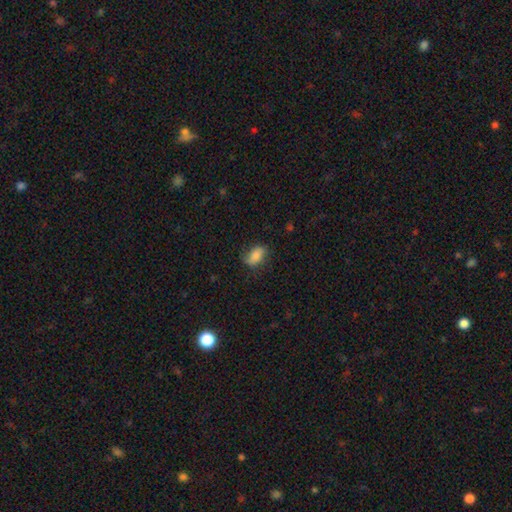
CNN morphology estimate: The model was most divided on "merging": none: 68%, minor disturbance: 23%, major disturbance: 7%, merger: 1%. More confident: how rounded — in between (88%); smooth or featured — smooth (73%).